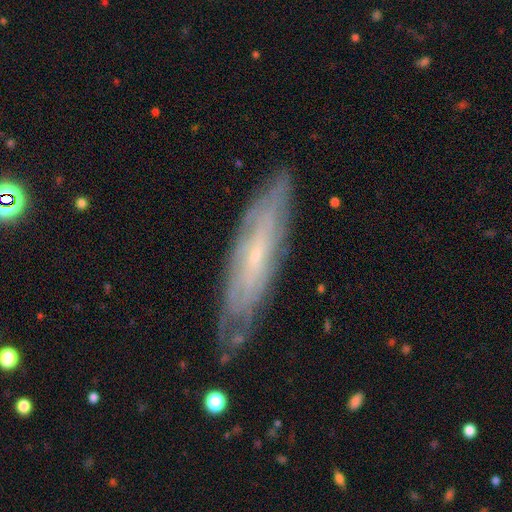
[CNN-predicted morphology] Smooth or featured: featured or disk — 69% (smooth — 23%)
Edge-on disk: no — 62% (yes — 38%)
Merging: none — 76% (minor disturbance — 18%)